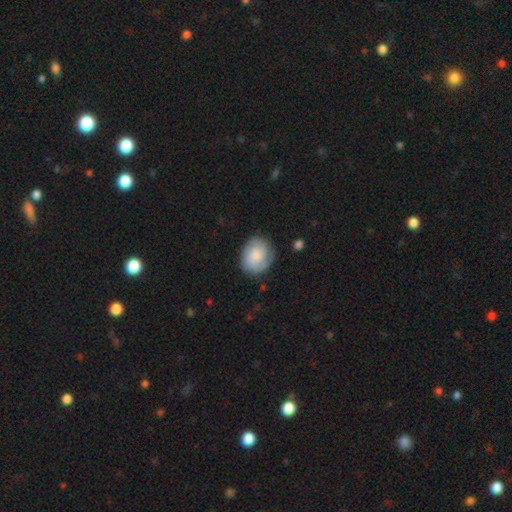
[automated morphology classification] Smooth or featured? smooth (54%)
How rounded? round (56%)
Merging? none (70%)